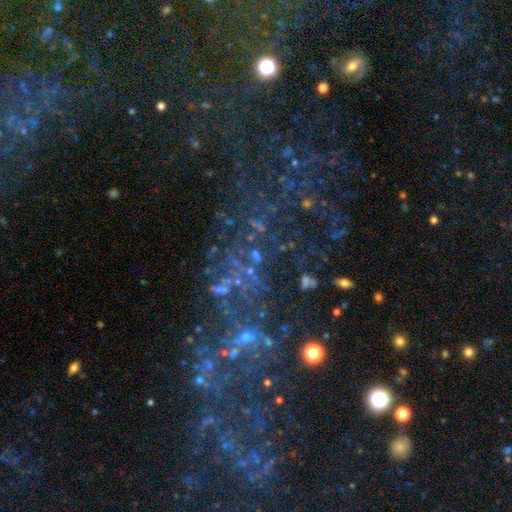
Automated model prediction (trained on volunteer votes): Overall: star or artifact (48%; featured or disk 35%).